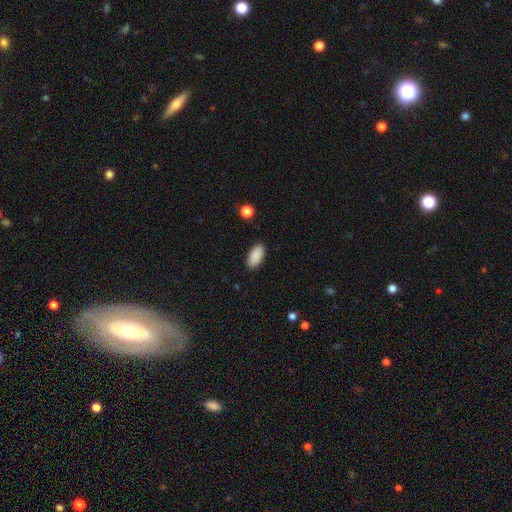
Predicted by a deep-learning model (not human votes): smooth-or-featured: smooth: 90% | star or artifact: 7% | featured or disk: 3%
  how-rounded: in between: 94% | cigar-shaped: 4% | round: 2%
  merging: none: 89% | minor disturbance: 8% | major disturbance: 2% | merger: 1%